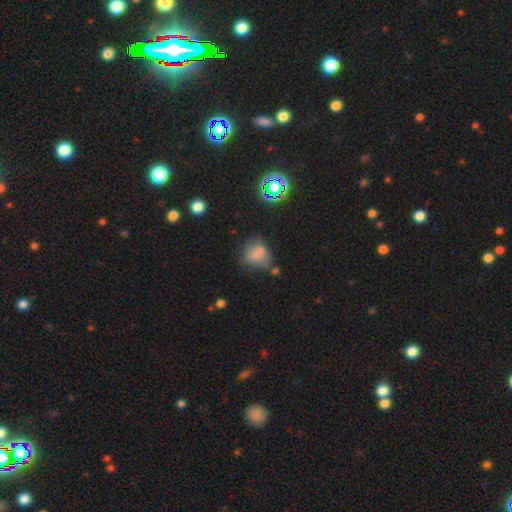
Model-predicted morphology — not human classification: Smooth or featured? smooth (60%)
How rounded? round (58%)
Merging? none (40%)